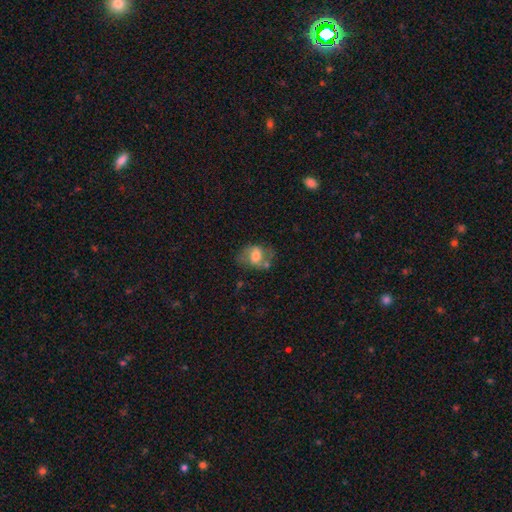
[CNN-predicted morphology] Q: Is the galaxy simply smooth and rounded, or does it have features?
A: smooth — 49%.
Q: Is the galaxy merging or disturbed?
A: none — 47%.